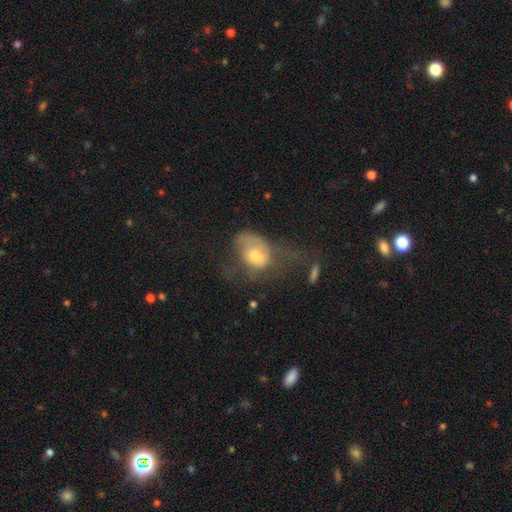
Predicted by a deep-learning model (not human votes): smooth_or_featured: smooth (p=0.59) [alt: featured or disk p=0.32]
how_rounded: in between (p=0.72) [alt: round p=0.27]
merging: major disturbance (p=0.55) [alt: minor disturbance p=0.21]